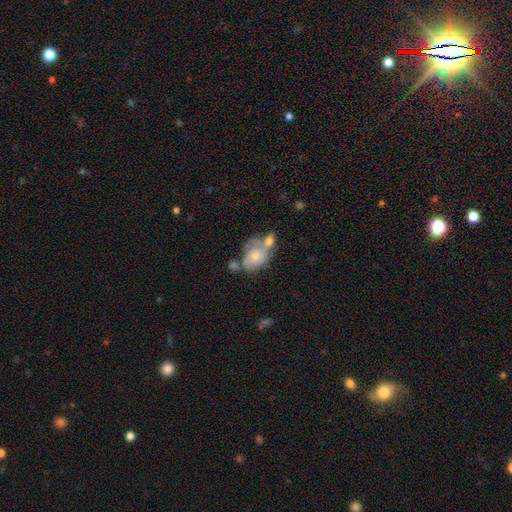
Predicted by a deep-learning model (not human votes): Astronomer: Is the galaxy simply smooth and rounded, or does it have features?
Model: smooth — 52% (runner-up: featured or disk, 41%).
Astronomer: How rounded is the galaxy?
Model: in between — 67%.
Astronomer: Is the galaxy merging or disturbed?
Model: merger — 46% (runner-up: none, 25%).